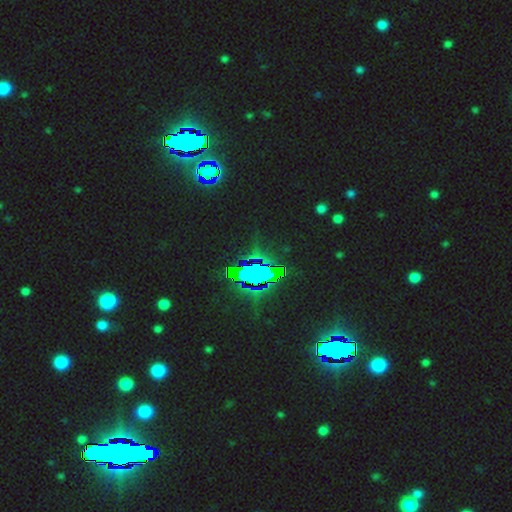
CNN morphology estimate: Smooth or featured: star or artifact — 84% (smooth — 8%)